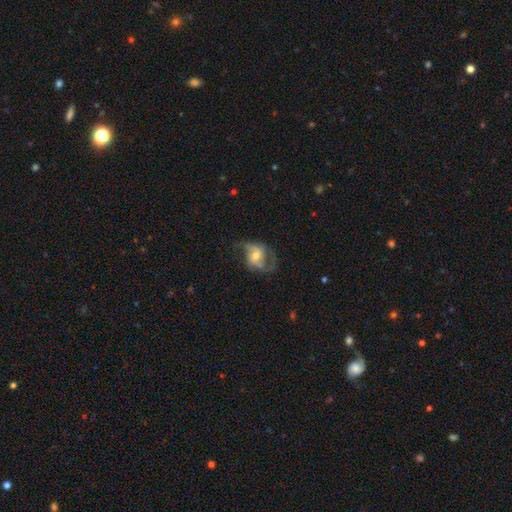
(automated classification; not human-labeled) Overall: featured or disk (74%). Edge-on disk: no (97%). Bar: no (55%; weak 33%). Spiral arms: yes (88%). Spiral arm count: 2 (74%). Spiral winding: loose (44%; medium 43%). Bulge size: moderate (59%; small 33%). Merging: none (51%; major disturbance 26%).